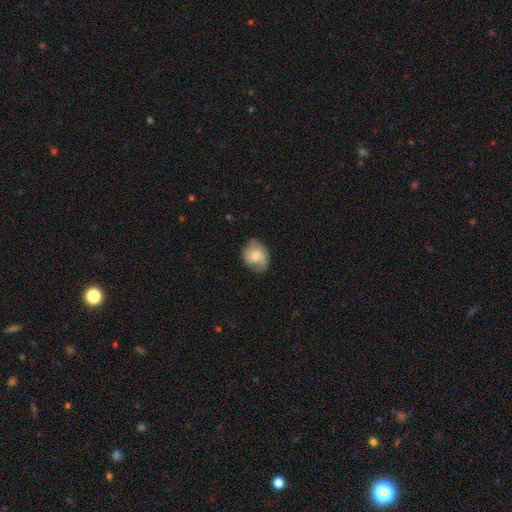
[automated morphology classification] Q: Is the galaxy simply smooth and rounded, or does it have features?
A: featured or disk — 50%.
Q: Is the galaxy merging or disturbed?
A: none — 65%.